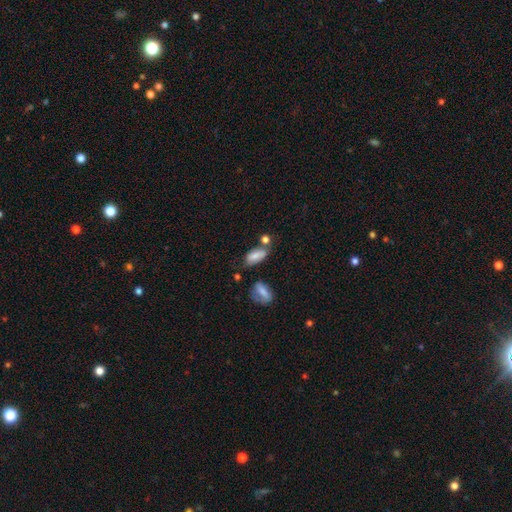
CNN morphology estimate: This appears to be a smooth galaxy with no disk features (76%) that is in between round and cigar-shaped (87%). Merging: none (54%).